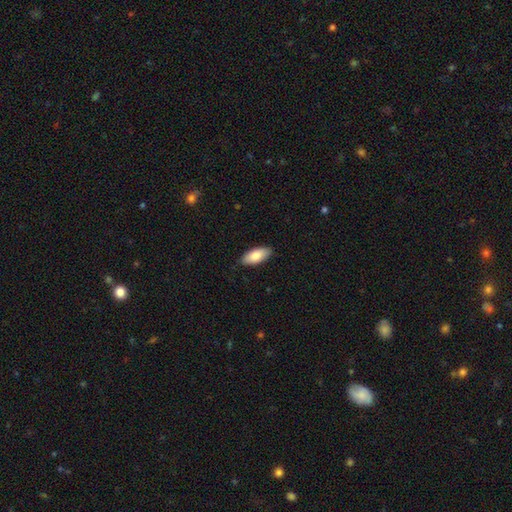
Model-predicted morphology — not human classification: The model was most divided on "smooth or featured": smooth: 83%, featured or disk: 11%, star or artifact: 6%. More confident: how rounded — in between (88%); merging — none (87%).